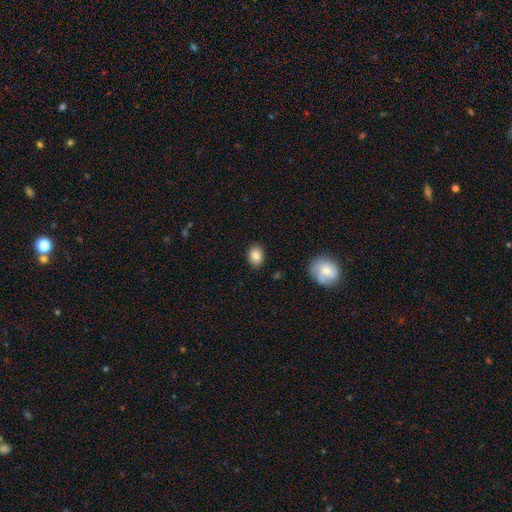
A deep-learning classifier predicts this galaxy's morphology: type=smooth (83%); roundness=in between (67%); merging=none (88%).